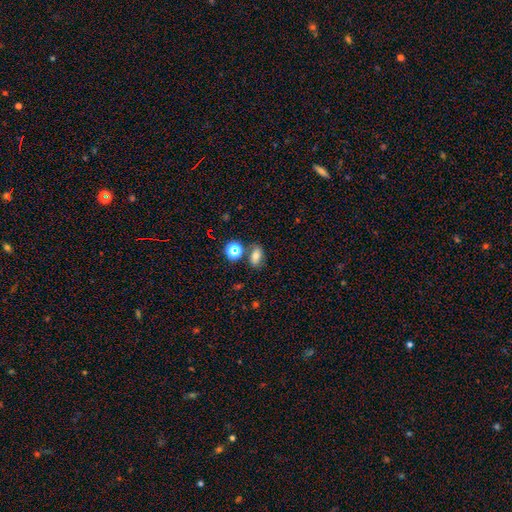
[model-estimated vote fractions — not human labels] A smooth galaxy with no disk features (67%) that is in between round and cigar-shaped (78%).

Vote fractions:
- Smooth or featured? smooth: 67% / star or artifact: 18% / featured or disk: 14%
- How rounded? in between: 78% / round: 20% / cigar-shaped: 3%
- Merging? none: 73% / minor disturbance: 12% / merger: 11% / major disturbance: 4%